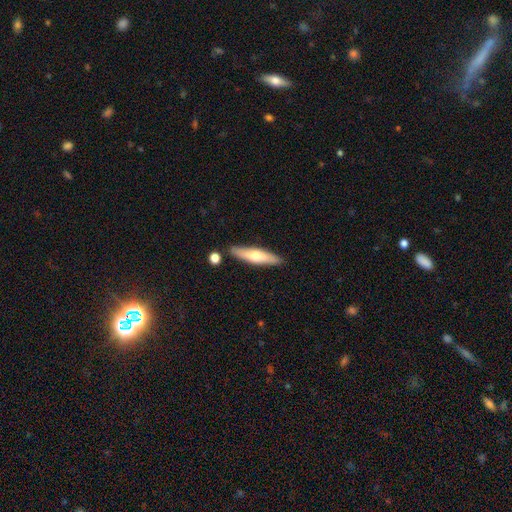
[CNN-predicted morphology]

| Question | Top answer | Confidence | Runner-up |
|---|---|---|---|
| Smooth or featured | smooth | 56% | featured or disk (38%) |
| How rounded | cigar-shaped | 79% | in between (19%) |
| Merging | none | 84% | minor disturbance (10%) |